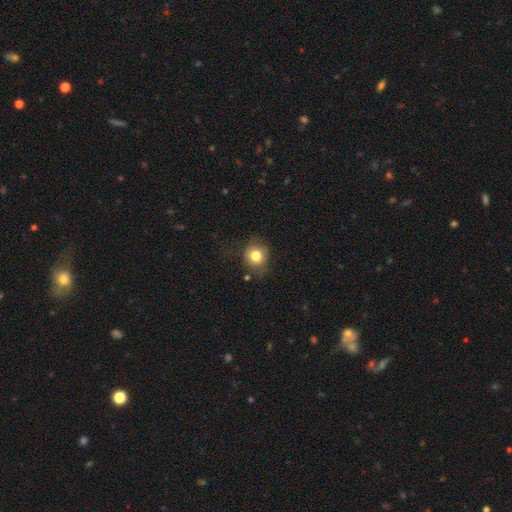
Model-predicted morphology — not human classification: type=smooth (79%); roundness=round (80%); merging=none (72%).